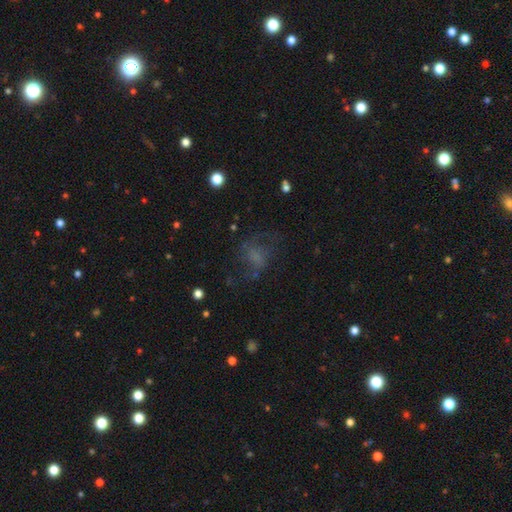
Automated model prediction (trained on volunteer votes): A smooth galaxy with no disk features (43%). Merging: none (48%).